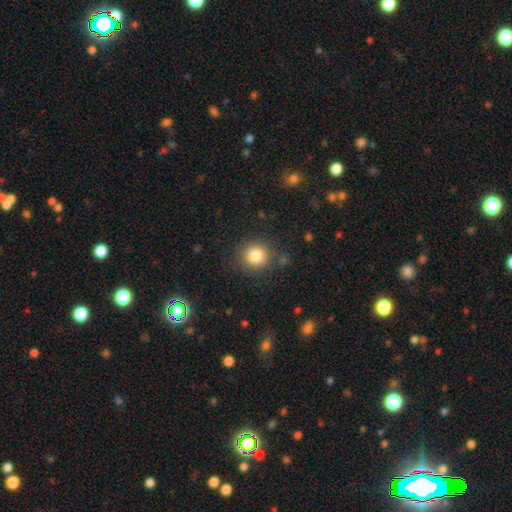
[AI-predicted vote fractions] smooth_or_featured: smooth (p=0.82) [alt: star or artifact p=0.11]
how_rounded: round (p=0.92) [alt: in between p=0.07]
merging: none (p=0.86) [alt: minor disturbance p=0.08]